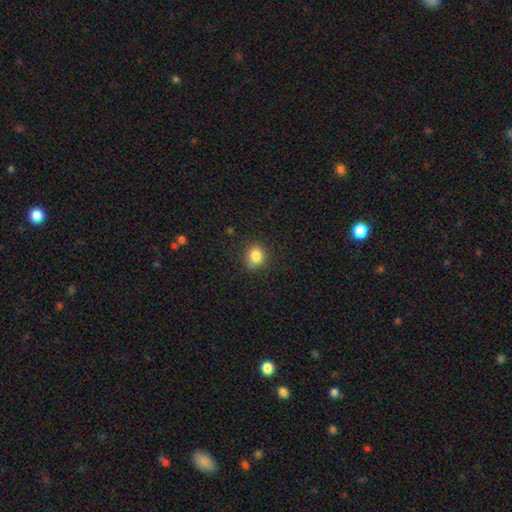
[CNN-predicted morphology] smooth_or_featured: smooth (p=0.83) [alt: star or artifact p=0.11]
how_rounded: round (p=0.75) [alt: in between p=0.24]
merging: none (p=0.77) [alt: minor disturbance p=0.17]